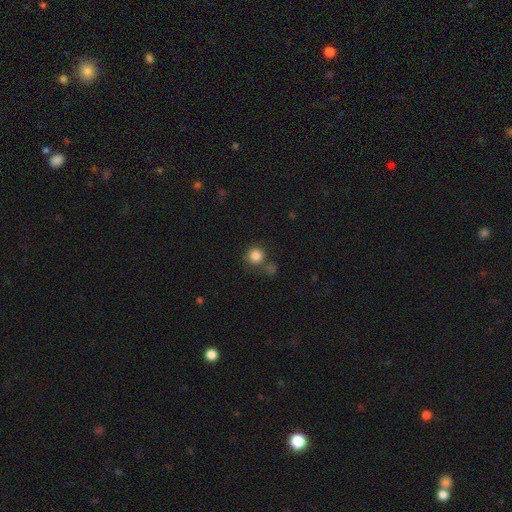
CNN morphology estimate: Q: Smooth or featured?
A: smooth (84%); runner-up: star or artifact (11%)
Q: How rounded?
A: round (93%); runner-up: in between (6%)
Q: Merging?
A: none (70%); runner-up: merger (15%)